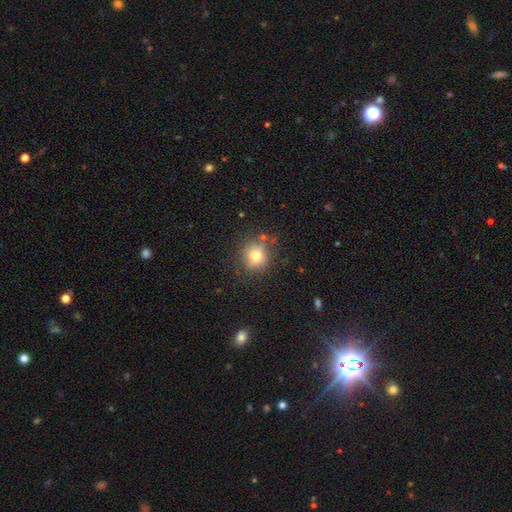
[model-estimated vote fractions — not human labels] Morphology: type=smooth (73%); roundness=round (87%); merging=none (78%).